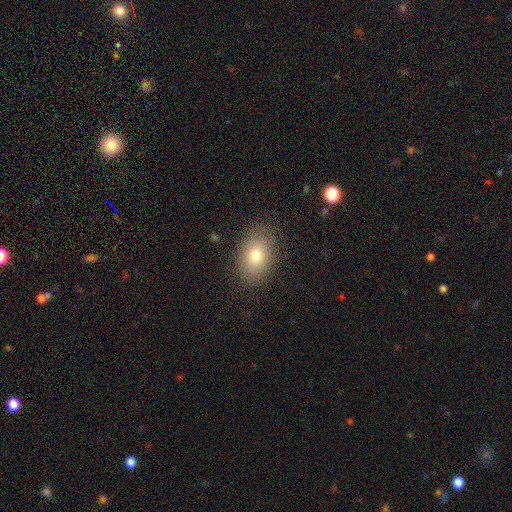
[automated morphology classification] The model was most divided on "how rounded": in between: 81%, round: 17%, cigar-shaped: 1%. More confident: merging — none (85%); smooth or featured — smooth (77%).